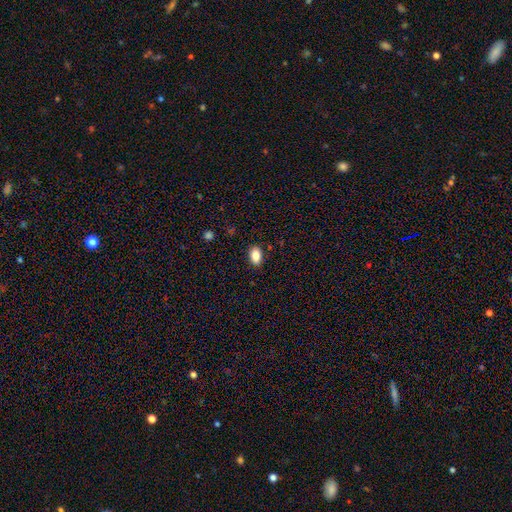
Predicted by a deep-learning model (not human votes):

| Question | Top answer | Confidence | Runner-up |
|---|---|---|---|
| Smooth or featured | smooth | 87% | star or artifact (8%) |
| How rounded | in between | 90% | round (9%) |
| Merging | none | 87% | minor disturbance (10%) |